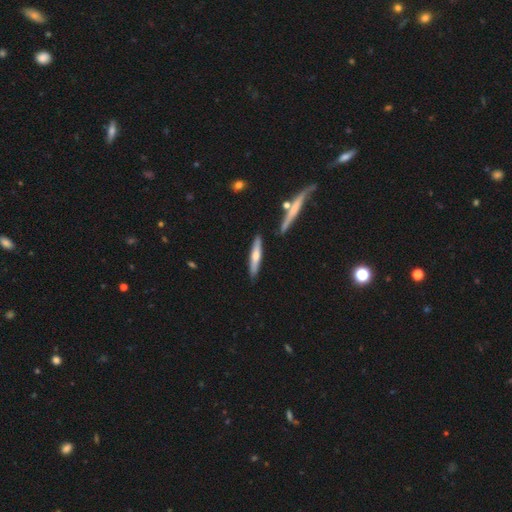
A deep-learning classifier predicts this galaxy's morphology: Q: Smooth or featured?
A: smooth (54%); runner-up: featured or disk (41%)
Q: How rounded?
A: cigar-shaped (87%); runner-up: in between (12%)
Q: Merging?
A: none (86%); runner-up: minor disturbance (9%)